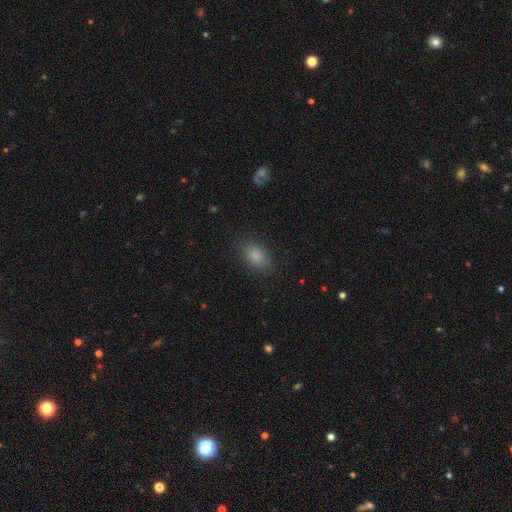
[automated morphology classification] smooth-or-featured: smooth: 84% | star or artifact: 10% | featured or disk: 6%
  how-rounded: in between: 85% | round: 13% | cigar-shaped: 2%
  merging: none: 84% | minor disturbance: 11% | major disturbance: 4% | merger: 1%